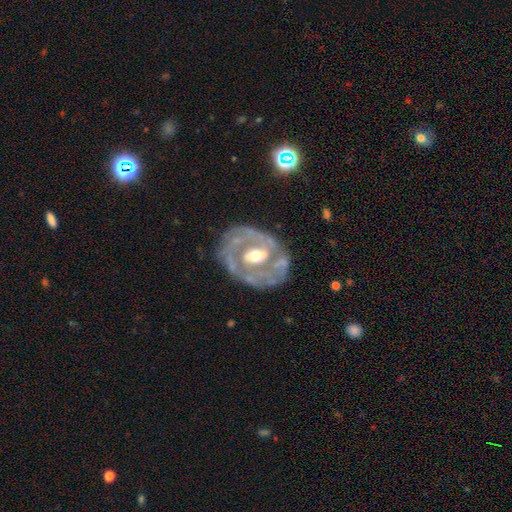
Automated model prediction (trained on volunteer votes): Smooth or featured: featured or disk — 82% (smooth — 13%)
Edge-on disk: no — 96% (yes — 4%)
Bar: no — 41% (weak — 38%)
Spiral arms: yes — 73% (no — 27%)
Spiral winding: tight — 55% (medium — 32%)
Spiral arm count: 2 — 49% (can't tell — 27%)
Bulge size: moderate — 71% (small — 18%)
Merging: none — 69% (minor disturbance — 19%)